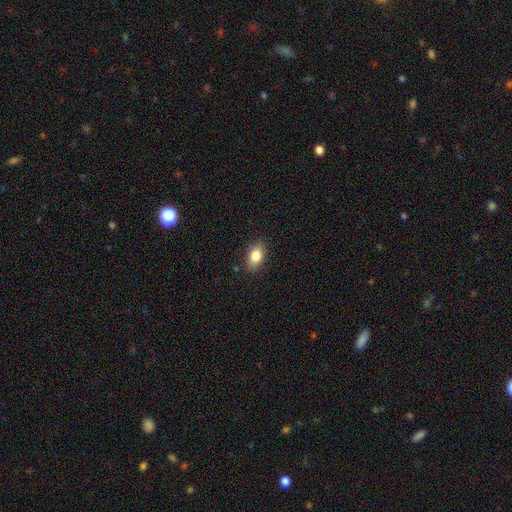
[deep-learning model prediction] Q: Smooth or featured?
A: smooth (84%); runner-up: featured or disk (8%)
Q: How rounded?
A: in between (87%); runner-up: round (11%)
Q: Merging?
A: none (87%); runner-up: minor disturbance (10%)